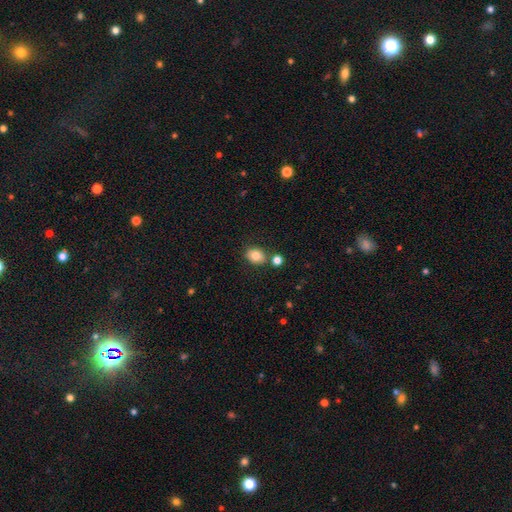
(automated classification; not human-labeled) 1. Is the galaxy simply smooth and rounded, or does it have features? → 81% smooth, 10% star or artifact, 9% featured or disk.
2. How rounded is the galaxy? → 53% in between, 46% round, 1% cigar-shaped.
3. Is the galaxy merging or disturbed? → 76% none, 11% merger, 11% minor disturbance, 3% major disturbance.